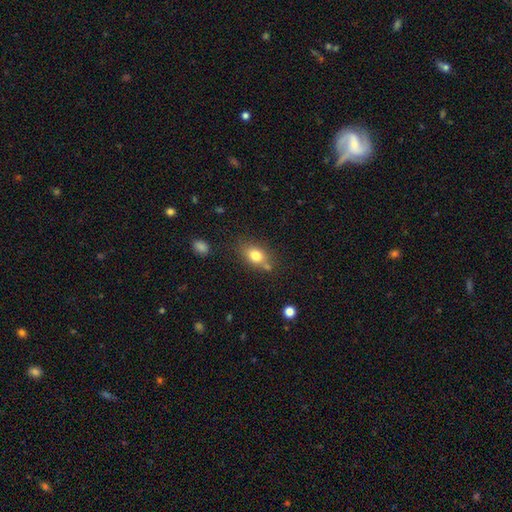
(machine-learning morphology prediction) The model was most divided on "how rounded": in between: 70%, round: 27%, cigar-shaped: 3%. More confident: smooth or featured — smooth (78%); merging — none (64%).